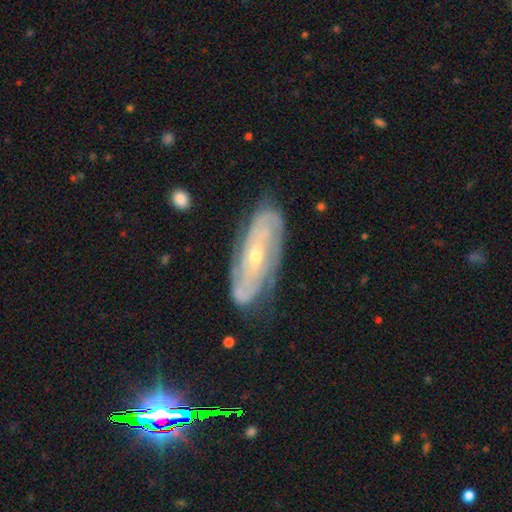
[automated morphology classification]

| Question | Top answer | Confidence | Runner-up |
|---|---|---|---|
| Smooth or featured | featured or disk | 83% | smooth (12%) |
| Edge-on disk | no | 89% | yes (11%) |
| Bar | no | 54% | weak (32%) |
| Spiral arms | yes | 93% | no (7%) |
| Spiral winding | tight | 64% | medium (28%) |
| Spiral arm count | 2 | 35% | tied: can't tell (35%) |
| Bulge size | small | 60% | moderate (37%) |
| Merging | none | 76% | minor disturbance (17%) |